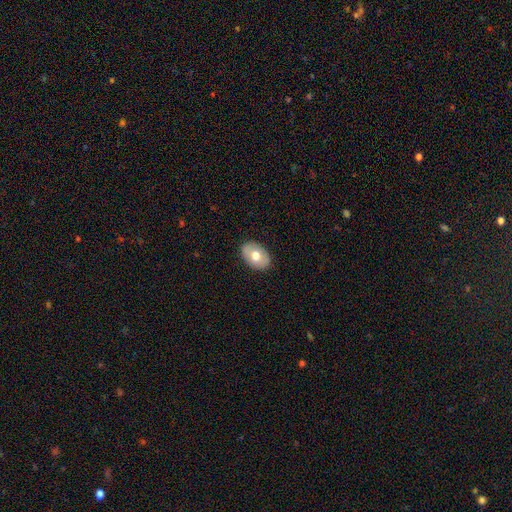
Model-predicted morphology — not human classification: This is likely a smooth galaxy (67%). How rounded: clearly in between (83%). Merging: clearly none (86%).